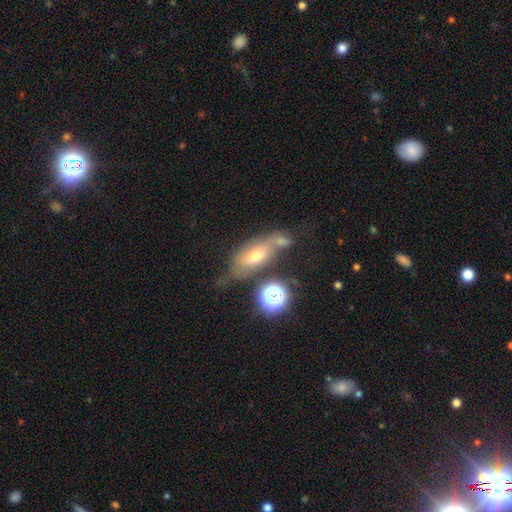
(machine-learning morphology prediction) type=smooth (45%); merging=none (42%).